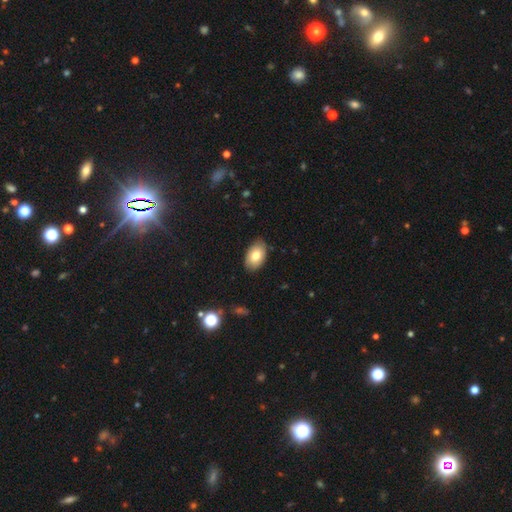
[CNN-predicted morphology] smooth_or_featured: smooth (p=0.78) [alt: featured or disk p=0.15]
how_rounded: in between (p=0.91) [alt: round p=0.08]
merging: none (p=0.84) [alt: minor disturbance p=0.13]